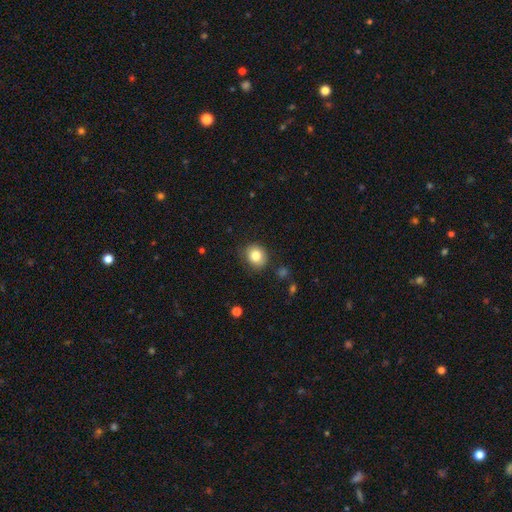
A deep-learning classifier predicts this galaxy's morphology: Overall: smooth (82%). How rounded: round (76%). Merging: none (83%).